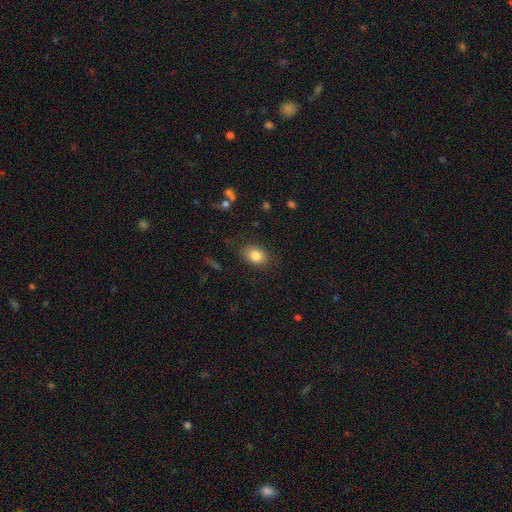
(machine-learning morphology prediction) Smooth or featured? Predicted: smooth (p=0.82). How rounded? Predicted: in between (p=0.71). Merging? Predicted: none (p=0.84).